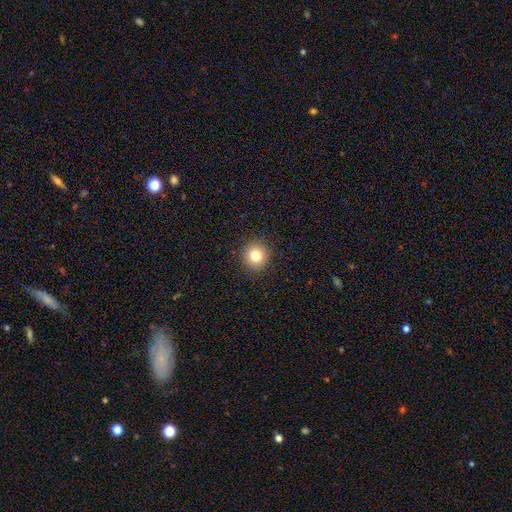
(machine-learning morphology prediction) type=smooth (81%); roundness=round (91%); merging=none (91%).